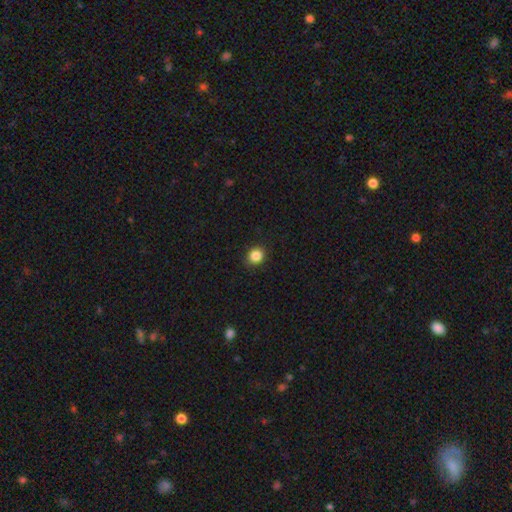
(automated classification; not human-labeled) A smooth galaxy with no disk features (86%) that is round (82%).

Vote fractions:
- Smooth or featured? smooth: 86% / star or artifact: 11% / featured or disk: 4%
- How rounded? round: 82% / in between: 17% / cigar-shaped: 1%
- Merging? none: 91% / minor disturbance: 6% / major disturbance: 2% / merger: 1%